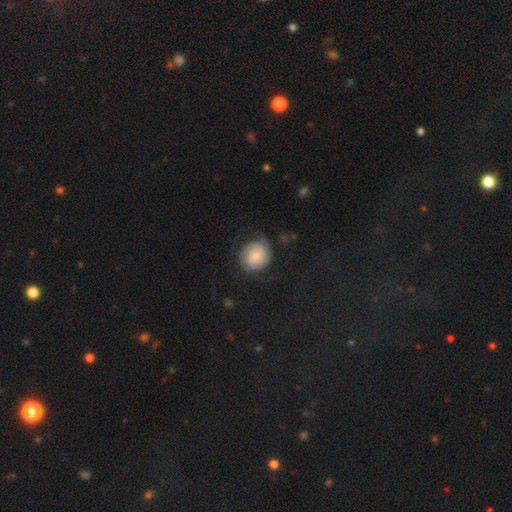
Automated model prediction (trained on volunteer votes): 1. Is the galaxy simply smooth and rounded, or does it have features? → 49% smooth, 43% featured or disk, 8% star or artifact.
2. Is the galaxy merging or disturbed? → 67% none, 20% minor disturbance, 11% major disturbance, 1% merger.